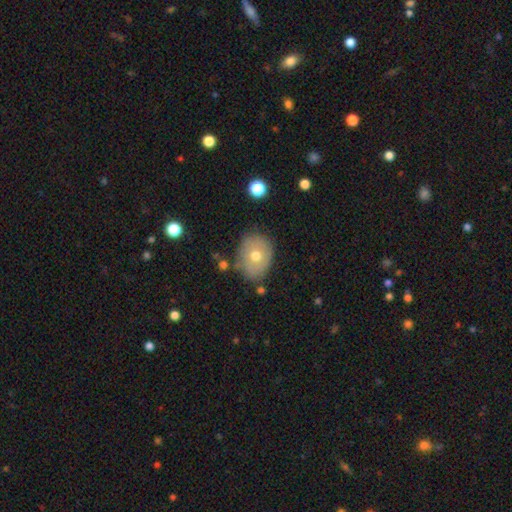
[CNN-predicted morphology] Smooth or featured?
  - smooth: 64% *
  - featured or disk: 27%
  - star or artifact: 9%
How rounded?
  - in between: 51% *
  - round: 48%
  - cigar-shaped: 1%
Merging?
  - none: 75% *
  - minor disturbance: 17%
  - major disturbance: 4%
  - merger: 4%